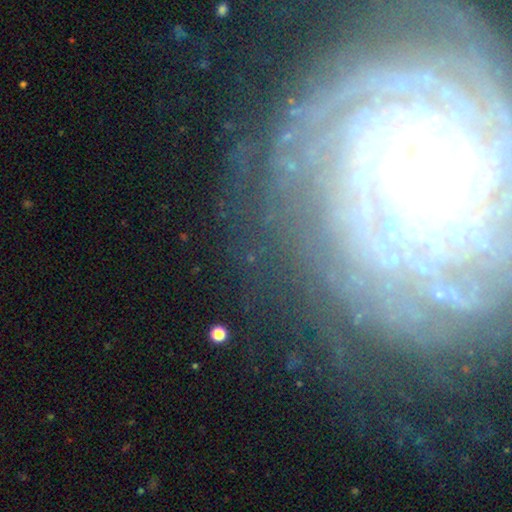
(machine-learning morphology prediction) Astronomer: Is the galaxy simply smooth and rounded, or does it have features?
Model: featured or disk — 72%.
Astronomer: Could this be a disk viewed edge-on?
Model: no — 92%.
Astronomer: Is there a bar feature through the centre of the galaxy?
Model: no — 60%.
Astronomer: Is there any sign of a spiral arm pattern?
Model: yes — 83%.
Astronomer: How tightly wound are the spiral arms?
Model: tight — 79%.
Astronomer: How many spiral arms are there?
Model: can't tell — 37% (runner-up: more than 4, 16%).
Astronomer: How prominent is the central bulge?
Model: small — 43% (runner-up: moderate, 38%).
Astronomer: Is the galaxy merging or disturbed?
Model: none — 76%.